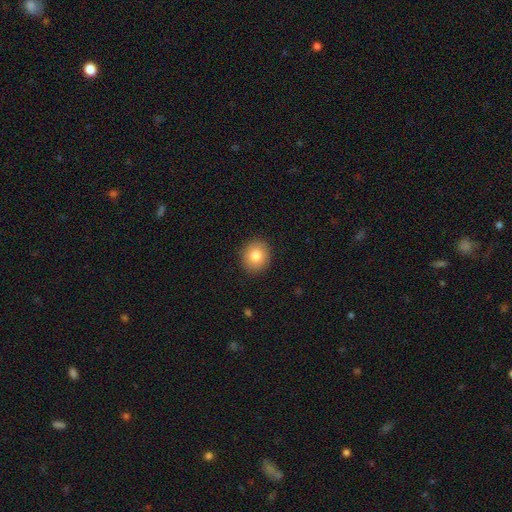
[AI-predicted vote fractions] The model was most divided on "how rounded": round: 80%, in between: 19%, cigar-shaped: 1%. More confident: merging — none (91%); smooth or featured — smooth (81%).